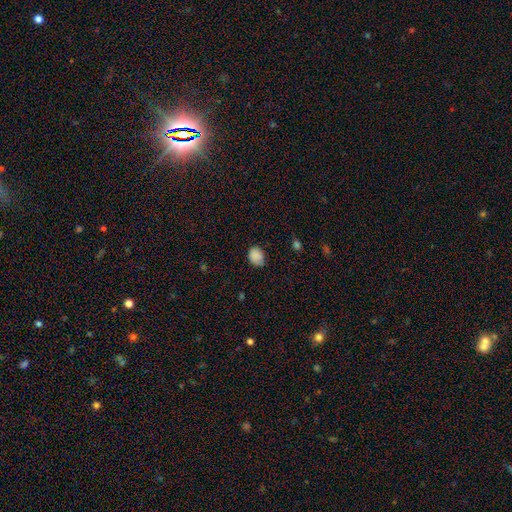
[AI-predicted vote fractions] Smooth or featured?
  - smooth: 86% *
  - star or artifact: 9%
  - featured or disk: 5%
How rounded?
  - in between: 62% *
  - round: 37%
  - cigar-shaped: 1%
Merging?
  - none: 68% *
  - minor disturbance: 27%
  - major disturbance: 4%
  - merger: 1%